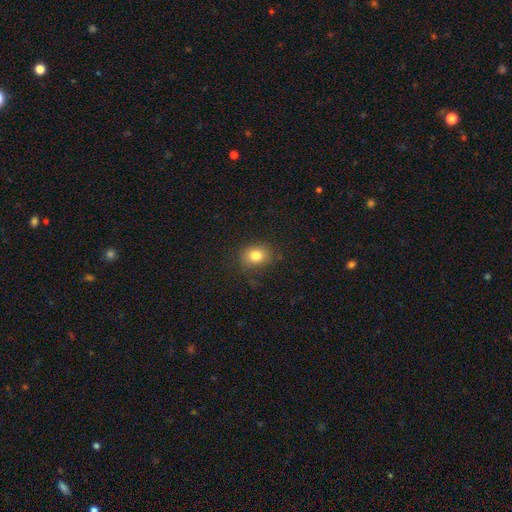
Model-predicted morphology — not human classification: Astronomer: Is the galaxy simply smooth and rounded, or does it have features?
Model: smooth — 82%.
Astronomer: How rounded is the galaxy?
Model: round — 51% (runner-up: in between, 48%).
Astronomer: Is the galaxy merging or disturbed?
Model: none — 80%.